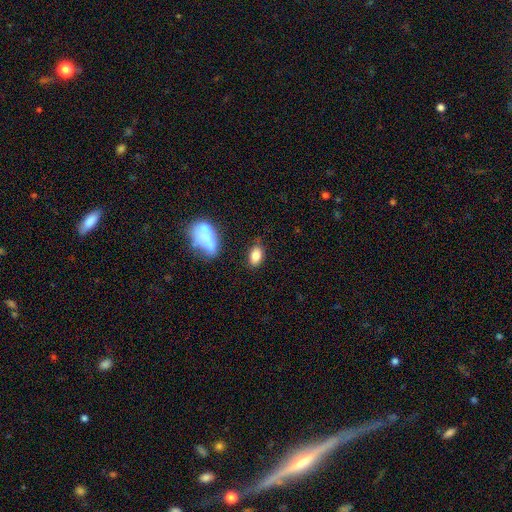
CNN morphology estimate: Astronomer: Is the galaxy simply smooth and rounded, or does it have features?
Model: smooth — 83%.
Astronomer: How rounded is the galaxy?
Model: in between — 89%.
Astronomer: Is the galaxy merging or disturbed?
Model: none — 72%.